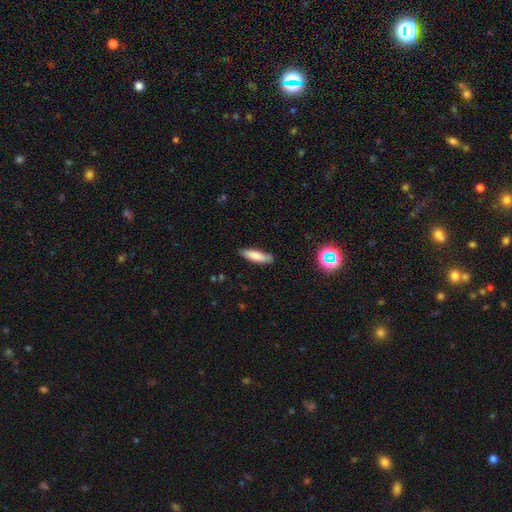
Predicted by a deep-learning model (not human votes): Overall: smooth (80%). How rounded: cigar-shaped (62%; in between 36%). Merging: none (80%).